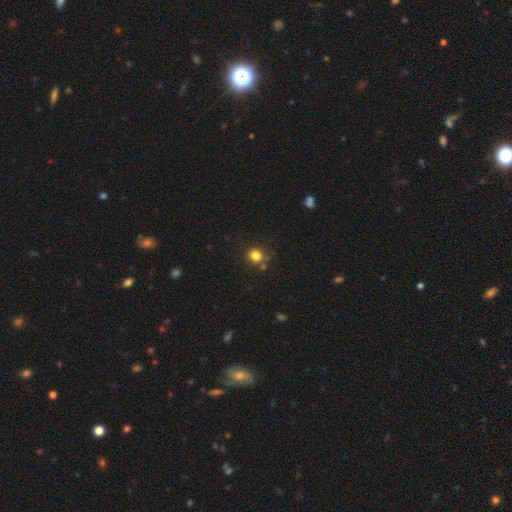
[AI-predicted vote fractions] Smooth or featured? Predicted: smooth (p=0.81). How rounded? Predicted: round (p=0.88). Merging? Predicted: none (p=0.79).